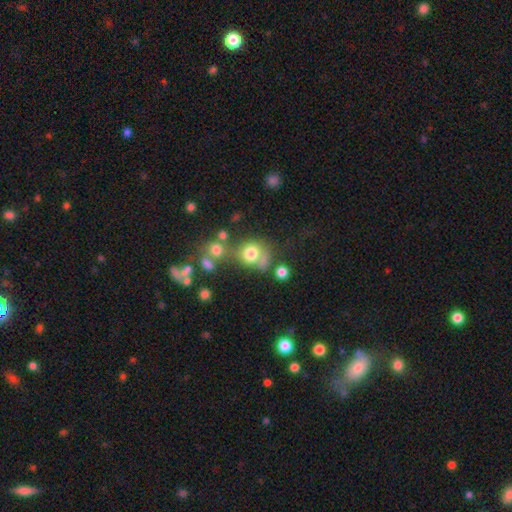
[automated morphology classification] Smooth or featured? Predicted: smooth (p=0.48). Merging? Predicted: none (p=0.53).